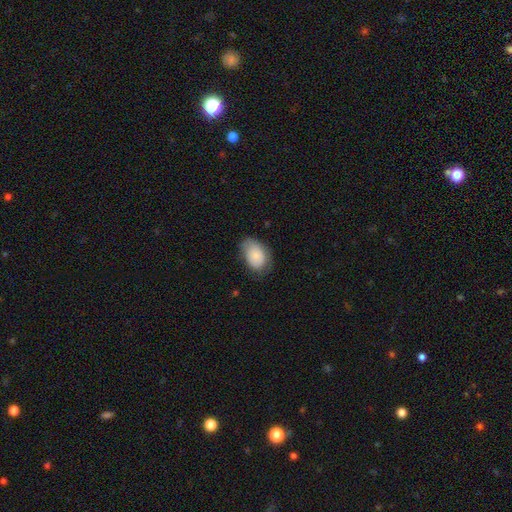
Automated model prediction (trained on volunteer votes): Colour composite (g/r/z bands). It shows a smooth galaxy with no disk features (83%) that is in between round and cigar-shaped (87%). Merging: none (61%).